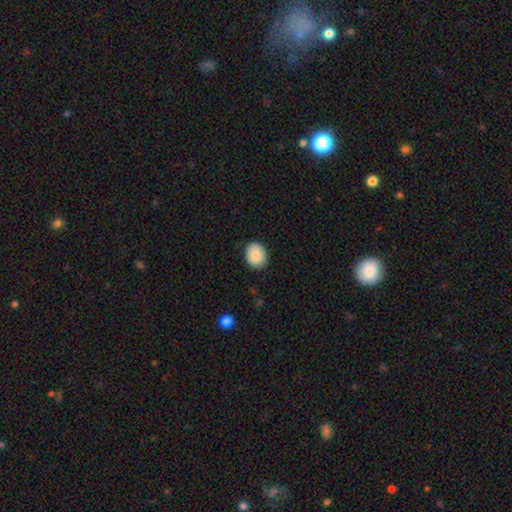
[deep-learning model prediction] smooth 87%, star or artifact 7%, featured or disk 6%. Down the decision tree: how rounded — round (54%); merging — none (86%).